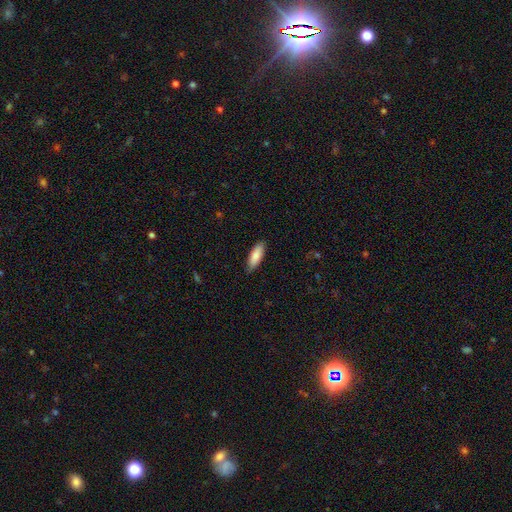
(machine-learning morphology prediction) smooth 85%, featured or disk 10%, star or artifact 6%. Down the decision tree: how rounded — in between (61%); merging — none (84%).